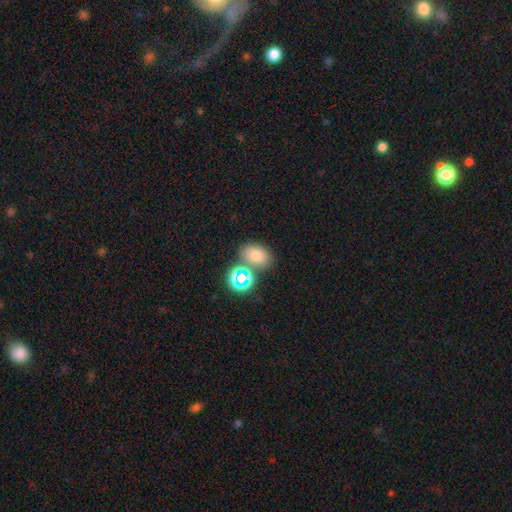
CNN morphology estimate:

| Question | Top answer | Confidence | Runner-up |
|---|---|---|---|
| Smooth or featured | smooth | 71% | star or artifact (20%) |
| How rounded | in between | 72% | round (27%) |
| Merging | none | 64% | merger (20%) |